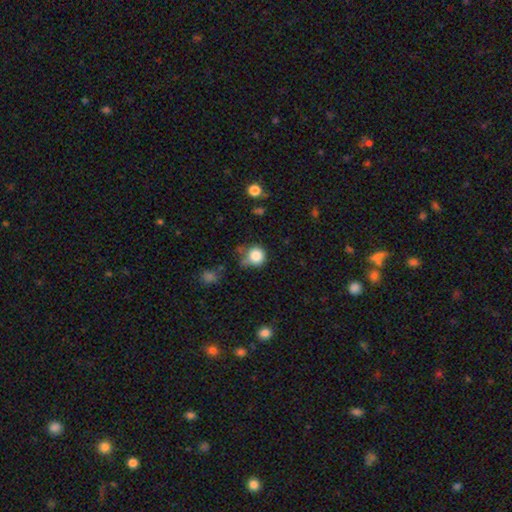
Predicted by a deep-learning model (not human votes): Smooth or featured? smooth (84%)
How rounded? round (90%)
Merging? none (61%)